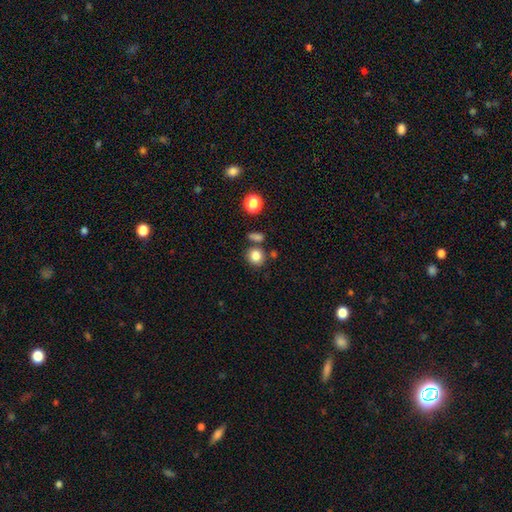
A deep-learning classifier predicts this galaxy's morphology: A smooth galaxy with no disk features (83%) that is round (83%). Merging: none (73%).